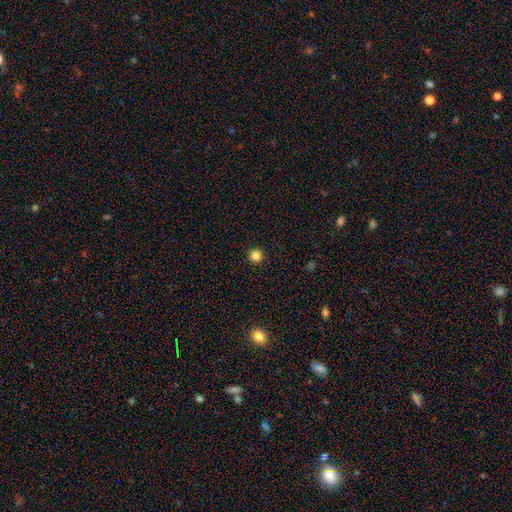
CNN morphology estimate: Q: Smooth or featured?
A: smooth (84%); runner-up: star or artifact (13%)
Q: How rounded?
A: round (96%); runner-up: in between (3%)
Q: Merging?
A: none (93%); runner-up: minor disturbance (4%)